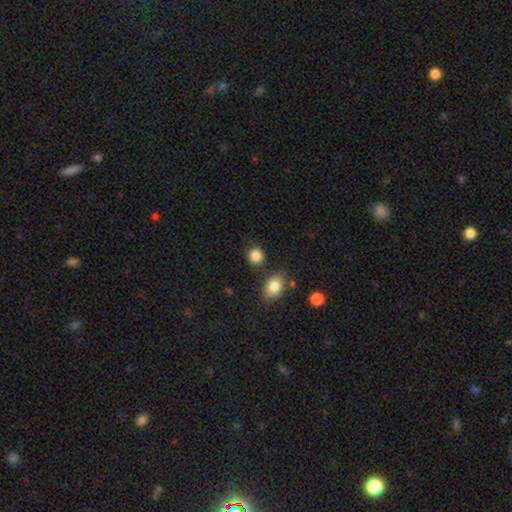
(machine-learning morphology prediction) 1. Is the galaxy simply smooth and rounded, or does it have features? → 87% smooth, 10% star or artifact, 4% featured or disk.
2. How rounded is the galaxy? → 84% round, 15% in between, 1% cigar-shaped.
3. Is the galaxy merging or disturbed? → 82% none, 9% minor disturbance, 6% merger, 3% major disturbance.